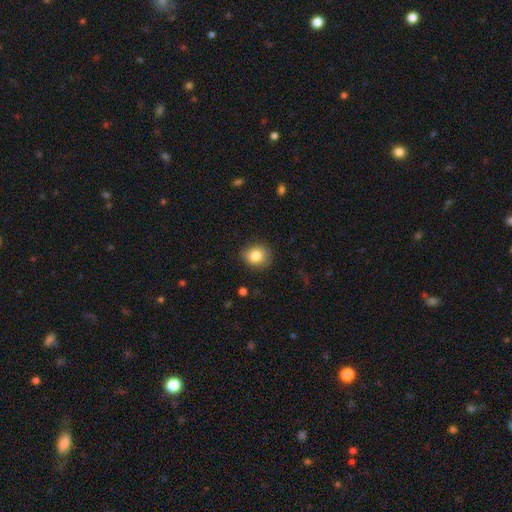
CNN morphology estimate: This appears to be a smooth galaxy with no disk features (84%) that is round (67%). Merging: none (82%).